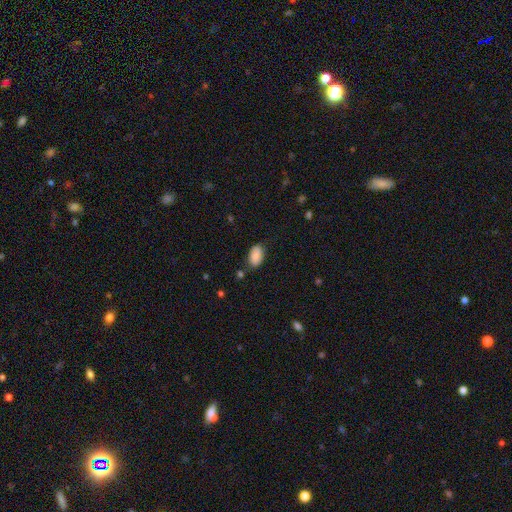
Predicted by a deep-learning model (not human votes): smooth-or-featured: smooth: 88% | star or artifact: 7% | featured or disk: 5%
  how-rounded: in between: 94% | round: 4% | cigar-shaped: 2%
  merging: none: 79% | minor disturbance: 15% | major disturbance: 3% | merger: 2%